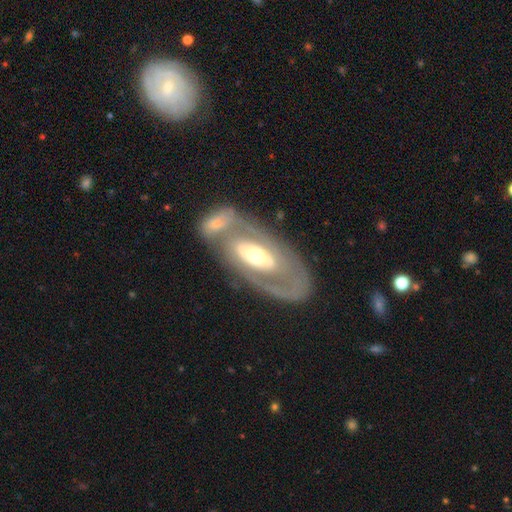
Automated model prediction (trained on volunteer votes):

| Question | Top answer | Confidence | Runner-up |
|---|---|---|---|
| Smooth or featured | featured or disk | 76% | smooth (19%) |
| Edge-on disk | no | 91% | yes (9%) |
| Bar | no | 59% | weak (24%) |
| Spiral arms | yes | 56% | no (44%) |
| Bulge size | moderate | 68% | small (15%) |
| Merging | none | 48% | merger (29%) |